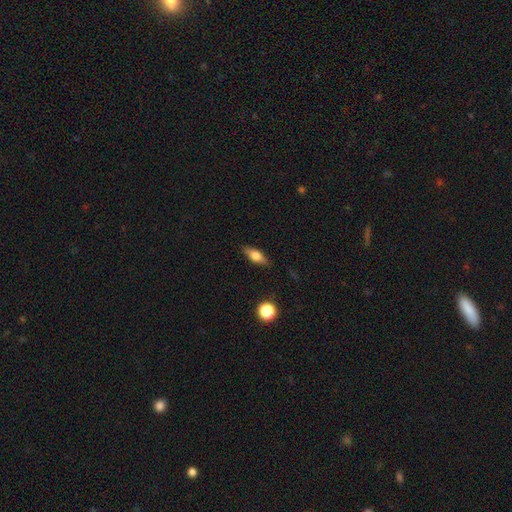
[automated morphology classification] Smooth or featured? Predicted: smooth (p=0.59). How rounded? Predicted: in between (p=0.62). Merging? Predicted: none (p=0.85).